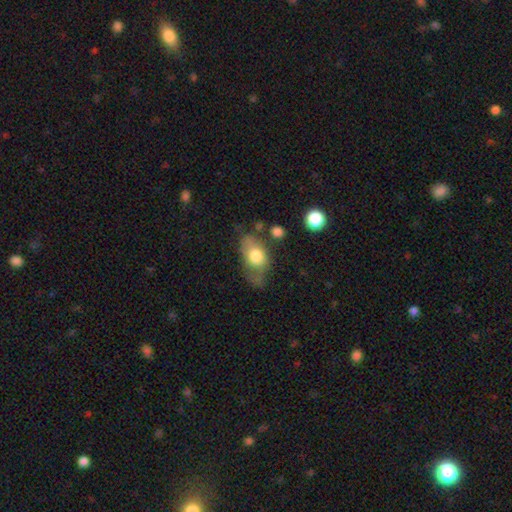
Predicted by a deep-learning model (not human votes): Smooth or featured?
  - smooth: 68% *
  - featured or disk: 25%
  - star or artifact: 7%
How rounded?
  - in between: 86% *
  - round: 12%
  - cigar-shaped: 3%
Merging?
  - none: 42% *
  - minor disturbance: 31%
  - major disturbance: 21%
  - merger: 7%